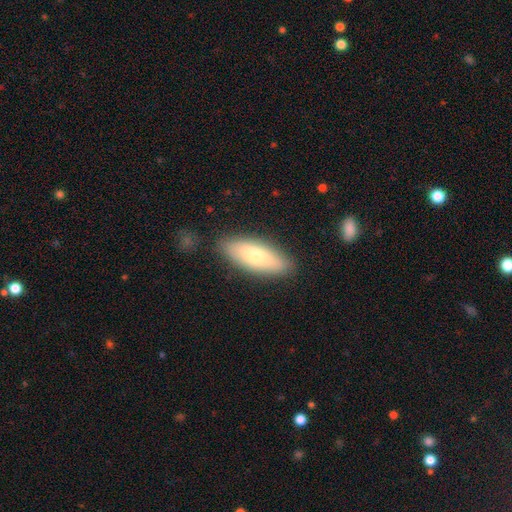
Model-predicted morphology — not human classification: smooth-or-featured: smooth: 72% | featured or disk: 22% | star or artifact: 6%
  how-rounded: in between: 67% | cigar-shaped: 31% | round: 2%
  merging: none: 83% | minor disturbance: 12% | major disturbance: 3% | merger: 2%